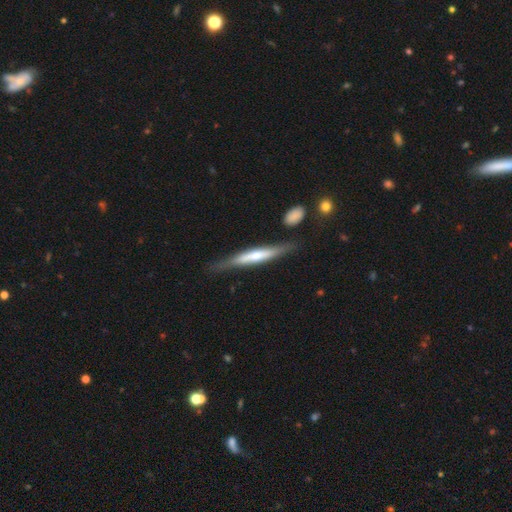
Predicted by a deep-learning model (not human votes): Overall: featured or disk (52%; smooth 42%). Edge-on disk: yes (92%). Merging: none (76%).